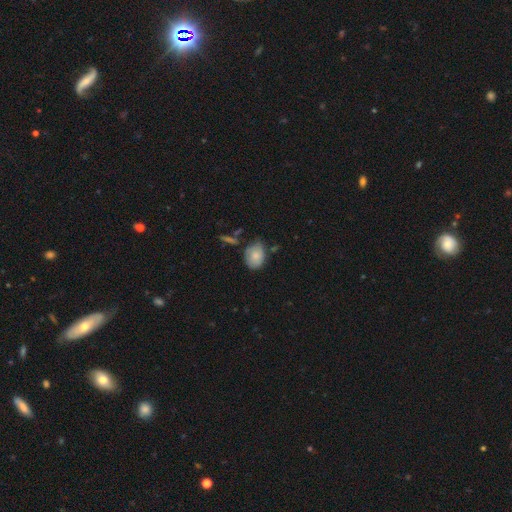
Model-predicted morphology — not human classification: Smooth or featured? Predicted: smooth (p=0.80). How rounded? Predicted: in between (p=0.69). Merging? Predicted: none (p=0.61).